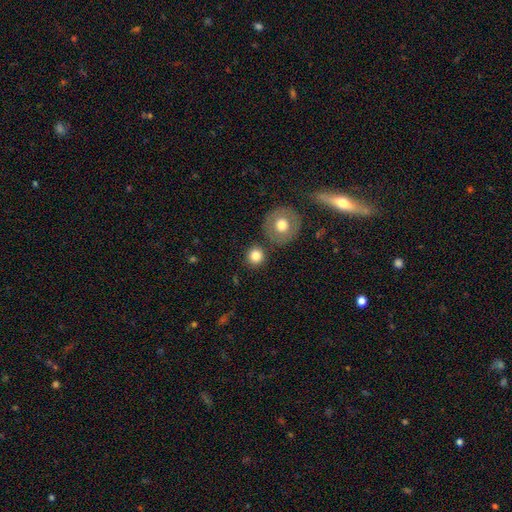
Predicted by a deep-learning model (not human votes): A smooth galaxy with no disk features (80%) that is round (92%). Merging: none (83%).